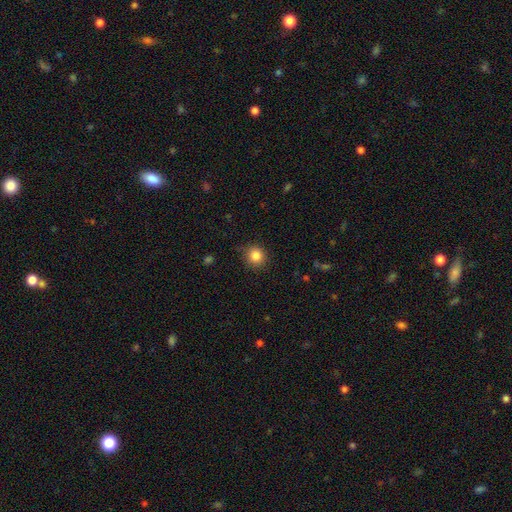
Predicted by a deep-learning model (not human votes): This is clearly a smooth galaxy (84%). How rounded: clearly round (90%). Merging: clearly none (86%).